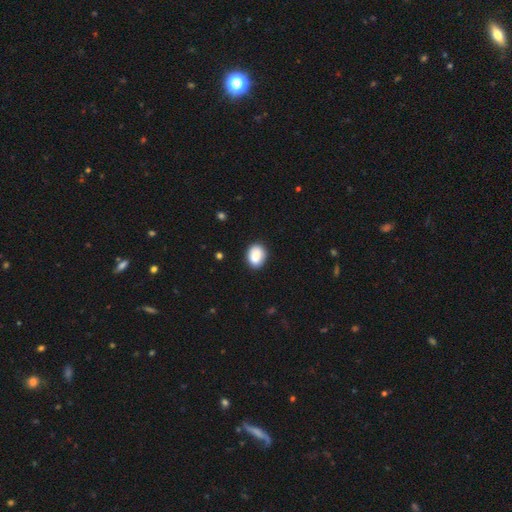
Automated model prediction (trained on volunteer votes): Smooth or featured: smooth — 85% (star or artifact — 7%)
How rounded: in between — 66% (round — 33%)
Merging: none — 85% (minor disturbance — 11%)